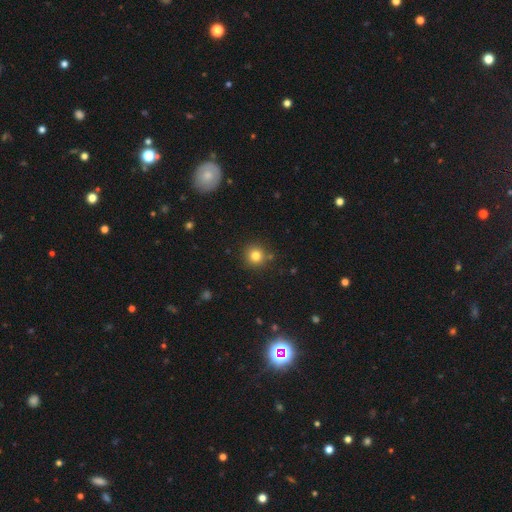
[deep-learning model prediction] smooth 81%, star or artifact 13%, featured or disk 7%. Down the decision tree: how rounded — round (93%); merging — none (86%).